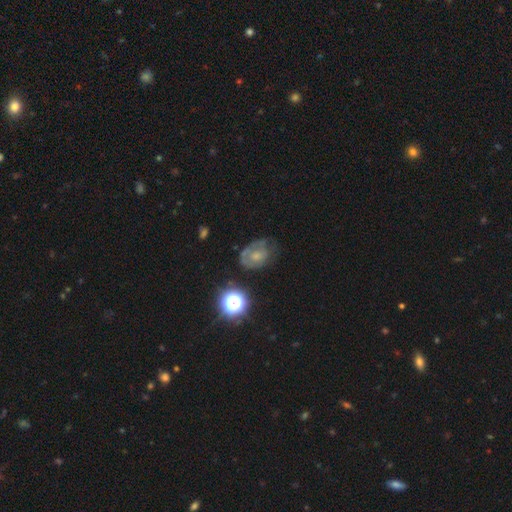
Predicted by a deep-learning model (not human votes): This is possibly a featured or disk galaxy (47%). Merging: possibly none (46%).